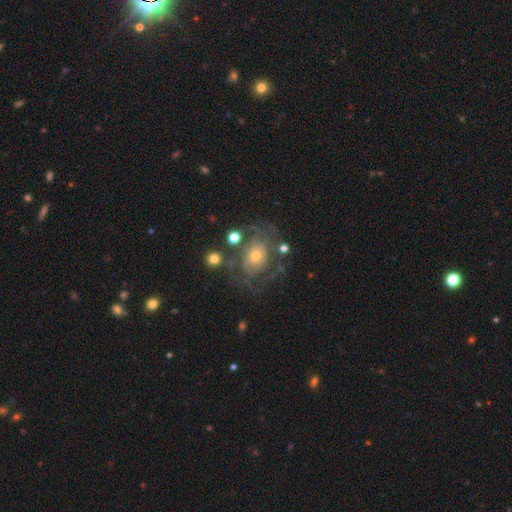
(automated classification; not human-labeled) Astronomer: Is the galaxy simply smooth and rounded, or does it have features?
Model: featured or disk — 73%.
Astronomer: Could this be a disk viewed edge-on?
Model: no — 97%.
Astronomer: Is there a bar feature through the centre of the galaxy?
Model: no — 81%.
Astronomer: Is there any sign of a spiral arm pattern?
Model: yes — 78%.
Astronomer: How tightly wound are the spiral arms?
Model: tight — 54% (runner-up: medium, 32%).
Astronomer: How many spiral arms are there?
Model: can't tell — 46%.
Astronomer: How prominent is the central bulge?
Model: small — 50% (runner-up: moderate, 43%).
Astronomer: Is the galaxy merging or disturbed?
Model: none — 58%.